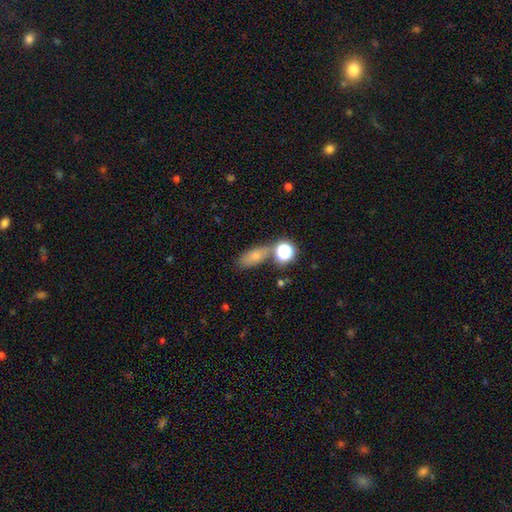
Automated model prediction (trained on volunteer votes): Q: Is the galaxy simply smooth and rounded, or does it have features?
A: smooth — 70%.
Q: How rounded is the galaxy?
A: in between — 73%.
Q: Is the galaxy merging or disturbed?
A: none — 58%.